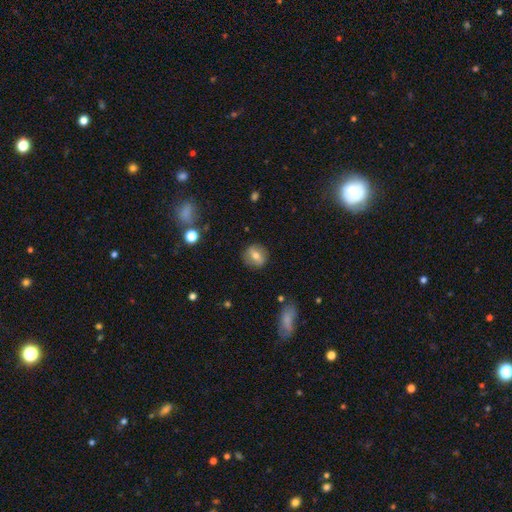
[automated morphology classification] Overall: smooth (62%; featured or disk 29%). How rounded: round (72%). Merging: none (85%).